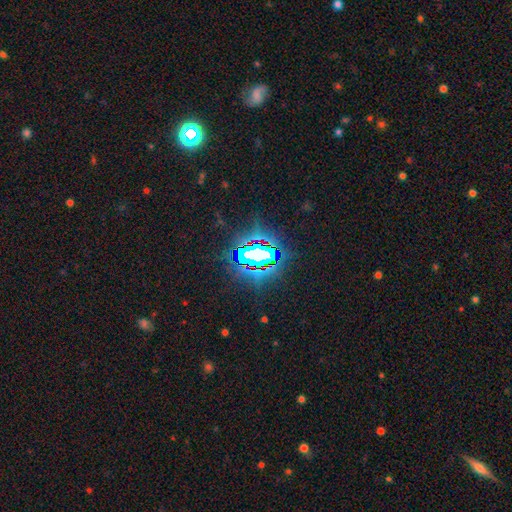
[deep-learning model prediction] Overall: star or artifact (77%).